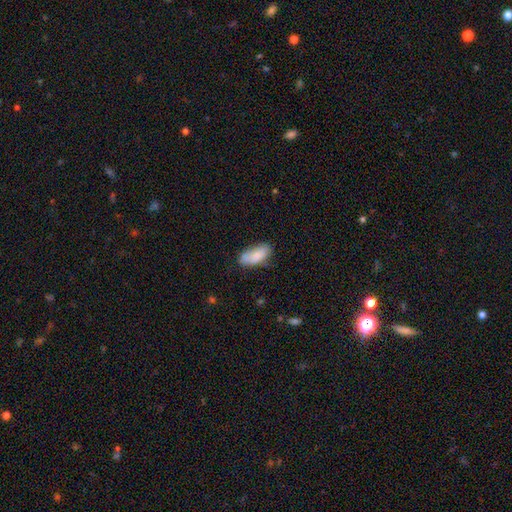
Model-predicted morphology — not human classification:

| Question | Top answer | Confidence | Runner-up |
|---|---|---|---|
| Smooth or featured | smooth | 81% | featured or disk (12%) |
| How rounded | in between | 89% | cigar-shaped (9%) |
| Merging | none | 59% | minor disturbance (27%) |